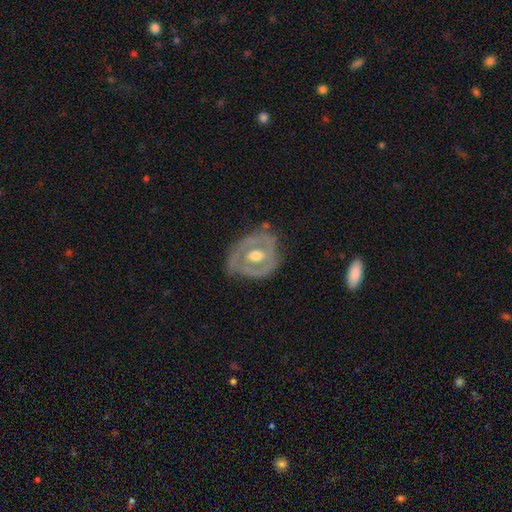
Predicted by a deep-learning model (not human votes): This is likely a featured or disk galaxy (74%). It is clearly not viewed edge-on (95%). Bar: possibly no (56%). Spiral arm pattern: possibly no (56%). Central bulge: likely moderate (75%). Merging: likely none (66%).